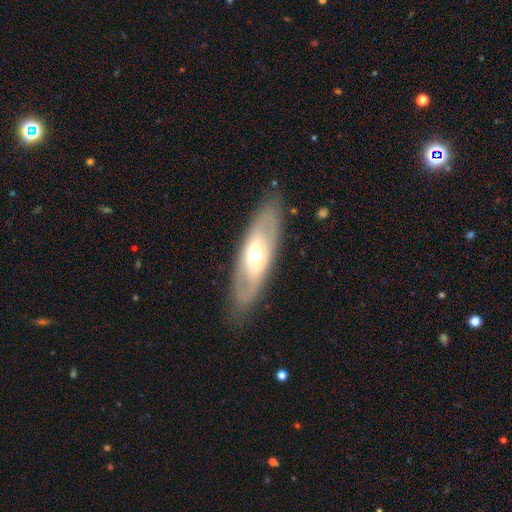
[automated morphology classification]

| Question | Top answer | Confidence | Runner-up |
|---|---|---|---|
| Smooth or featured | featured or disk | 57% | smooth (37%) |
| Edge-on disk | no | 75% | yes (25%) |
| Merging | none | 83% | minor disturbance (11%) |